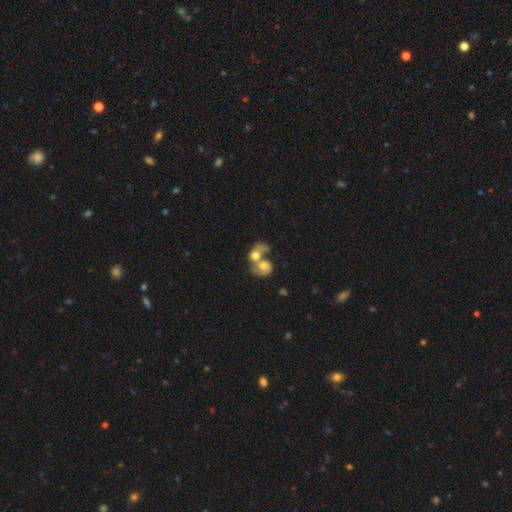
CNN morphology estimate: type=smooth (47%); merging=merger (80%).